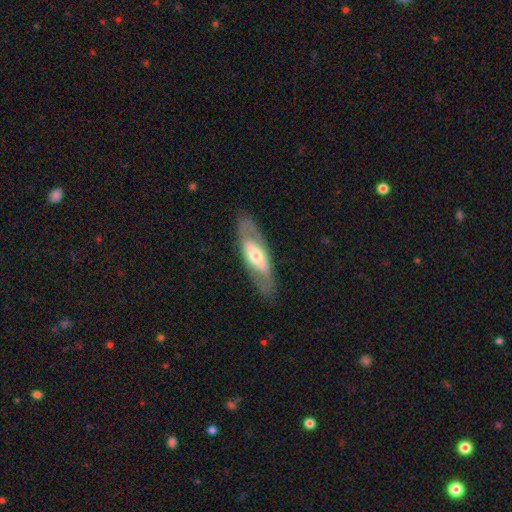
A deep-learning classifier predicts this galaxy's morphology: A featured or disk galaxy (59%). Merging: none (80%).